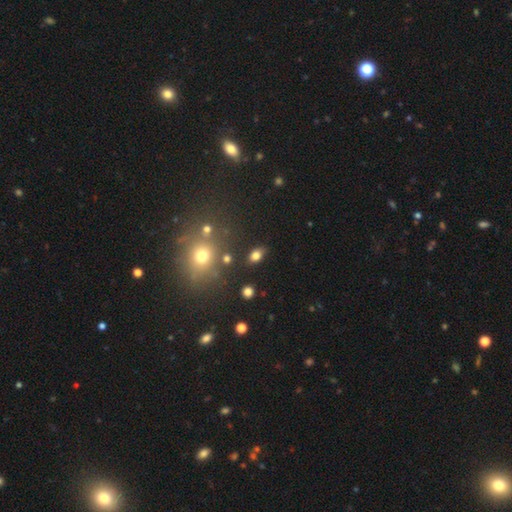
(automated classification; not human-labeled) Smooth or featured: smooth — 78% (star or artifact — 13%)
How rounded: in between — 80% (round — 18%)
Merging: none — 81% (minor disturbance — 11%)